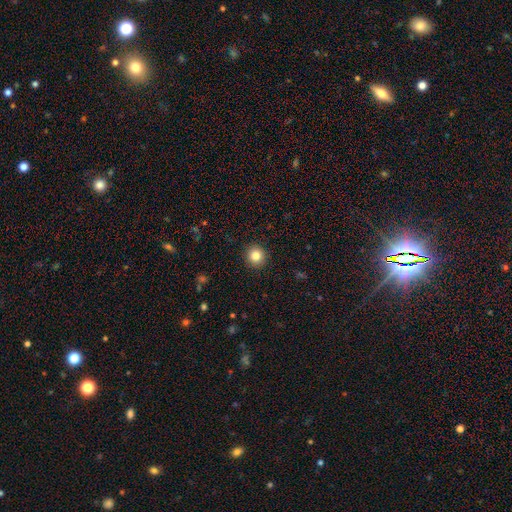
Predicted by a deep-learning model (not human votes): Smooth or featured? Predicted: smooth (p=0.83). How rounded? Predicted: round (p=0.94). Merging? Predicted: none (p=0.93).